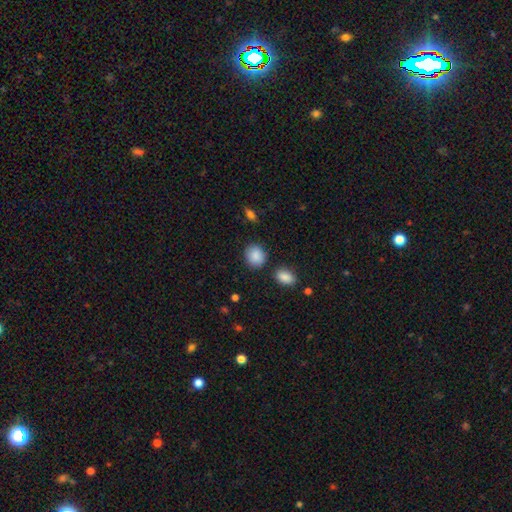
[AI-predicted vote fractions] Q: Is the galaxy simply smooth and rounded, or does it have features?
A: smooth — 89%.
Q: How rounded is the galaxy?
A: round — 69%.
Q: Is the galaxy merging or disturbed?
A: none — 84%.